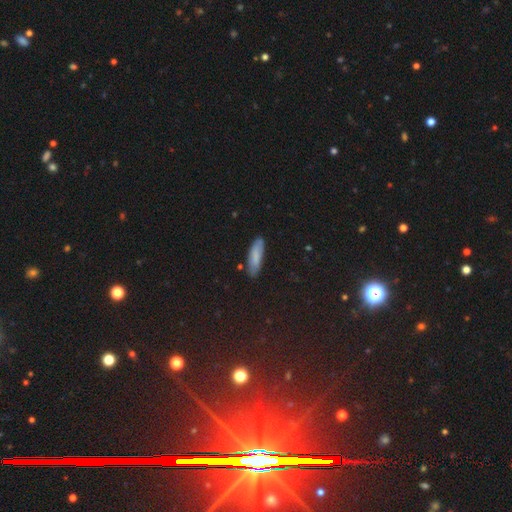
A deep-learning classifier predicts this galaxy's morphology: Overall: smooth (79%). How rounded: cigar-shaped (60%; in between 38%). Merging: none (79%).